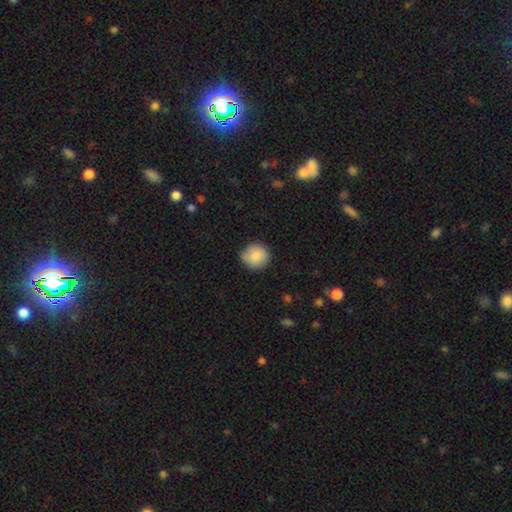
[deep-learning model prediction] The model was most divided on "merging": none: 83%, minor disturbance: 13%, major disturbance: 2%, merger: 1%. More confident: how rounded — round (92%); smooth or featured — smooth (87%).